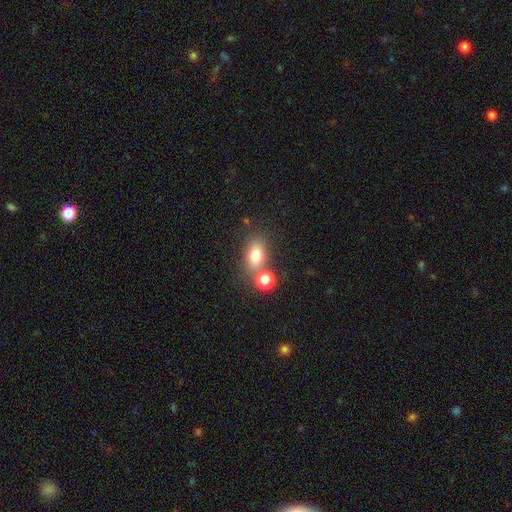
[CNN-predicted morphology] type=smooth (74%); roundness=in between (69%); merging=none (63%).